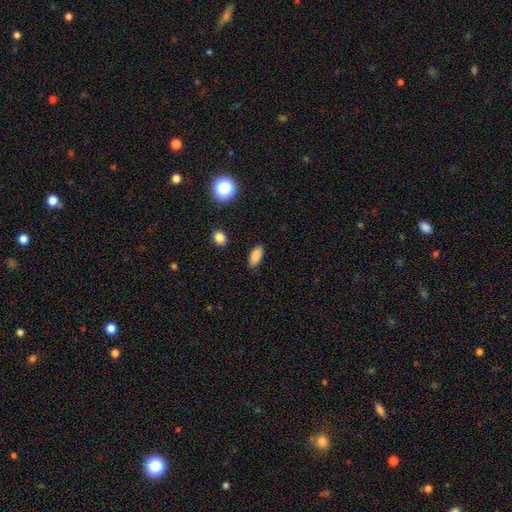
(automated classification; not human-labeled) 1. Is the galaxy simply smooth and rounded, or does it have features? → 86% smooth, 10% star or artifact, 4% featured or disk.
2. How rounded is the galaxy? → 88% in between, 8% cigar-shaped, 4% round.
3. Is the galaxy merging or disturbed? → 86% none, 10% minor disturbance, 2% major disturbance, 1% merger.